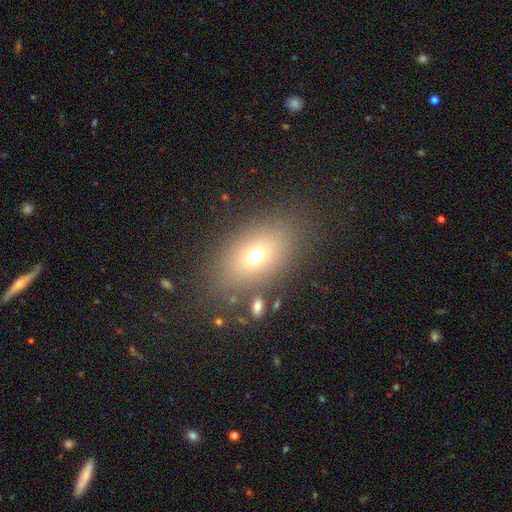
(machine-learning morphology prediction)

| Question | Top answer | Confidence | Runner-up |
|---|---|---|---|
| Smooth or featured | smooth | 68% | featured or disk (17%) |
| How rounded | in between | 81% | round (16%) |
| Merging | none | 81% | minor disturbance (10%) |